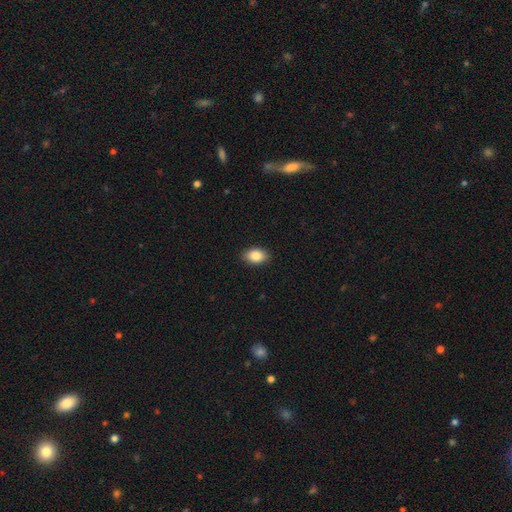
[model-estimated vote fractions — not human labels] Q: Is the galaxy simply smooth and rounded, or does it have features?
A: smooth — 87%.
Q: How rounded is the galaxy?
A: in between — 87%.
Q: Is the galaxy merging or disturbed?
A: none — 89%.